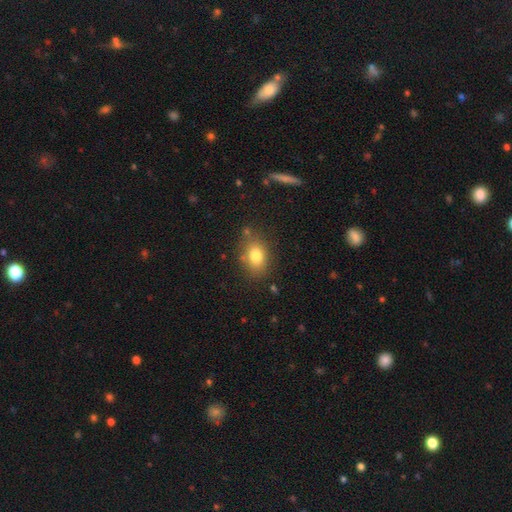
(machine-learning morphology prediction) Smooth or featured? smooth (80%)
How rounded? in between (73%)
Merging? none (77%)